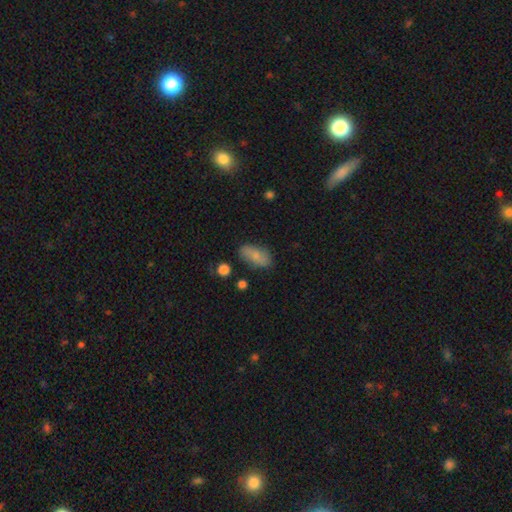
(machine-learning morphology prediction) smooth 77%, featured or disk 16%, star or artifact 7%. Down the decision tree: how rounded — in between (89%); merging — none (76%).